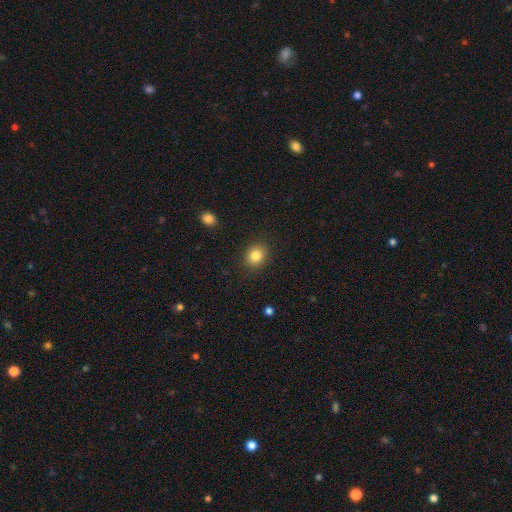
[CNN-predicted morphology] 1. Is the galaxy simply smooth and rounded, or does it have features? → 84% smooth, 10% star or artifact, 6% featured or disk.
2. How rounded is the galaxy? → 63% round, 36% in between, 1% cigar-shaped.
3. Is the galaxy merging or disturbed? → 89% none, 8% minor disturbance, 2% major disturbance, 1% merger.